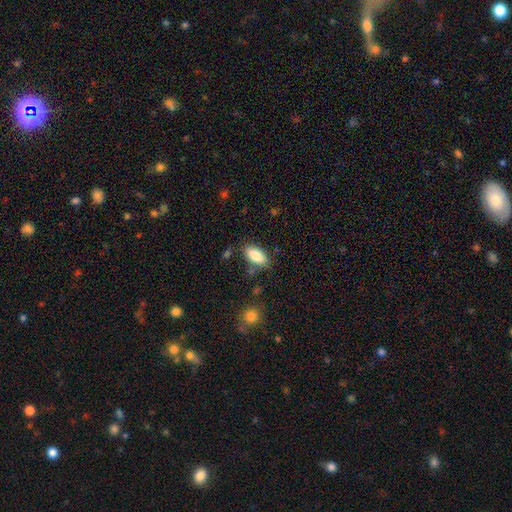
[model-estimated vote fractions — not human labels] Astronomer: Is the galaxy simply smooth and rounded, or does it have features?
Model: smooth — 85%.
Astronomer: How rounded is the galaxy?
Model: in between — 87%.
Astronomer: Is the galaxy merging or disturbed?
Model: none — 79%.